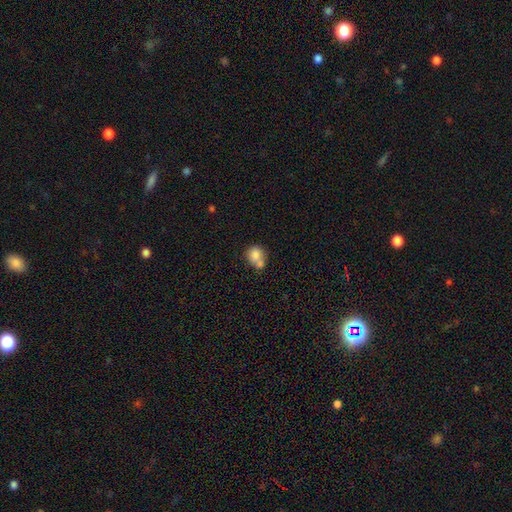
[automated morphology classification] Smooth or featured: smooth — 79% (featured or disk — 12%)
How rounded: round — 73% (in between — 26%)
Merging: merger — 47% (none — 37%)